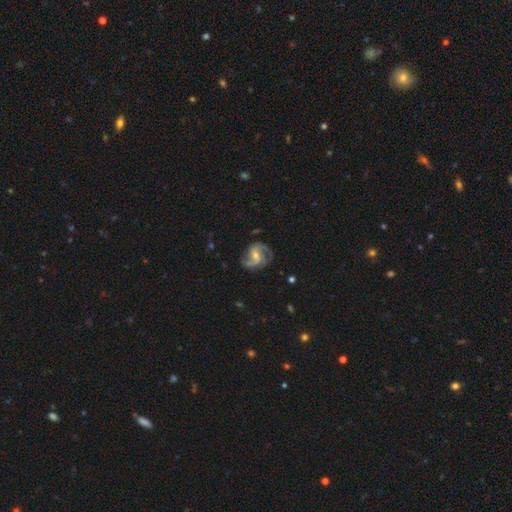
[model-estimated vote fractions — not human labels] This appears to be a featured or disk galaxy (89%) with no bar (43%), 2 (53%) medium (55%) spiral arms (98%) and a small central bulge (50%). Merging: none (71%).